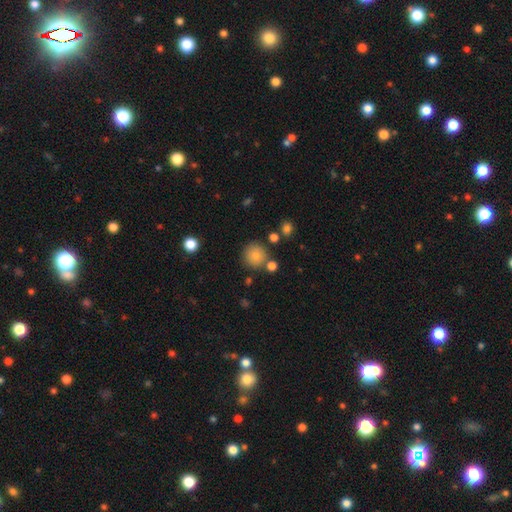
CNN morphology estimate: Smooth or featured: smooth — 82% (star or artifact — 11%)
How rounded: round — 93% (in between — 6%)
Merging: none — 79% (merger — 9%)